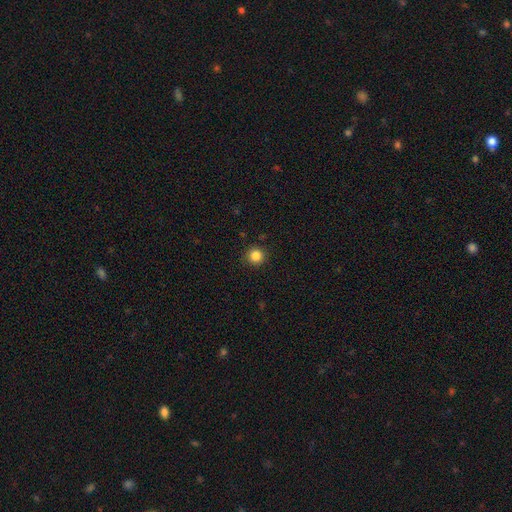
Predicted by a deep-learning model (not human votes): Smooth or featured: smooth — 84% (star or artifact — 12%)
How rounded: round — 95% (in between — 4%)
Merging: none — 91% (minor disturbance — 6%)